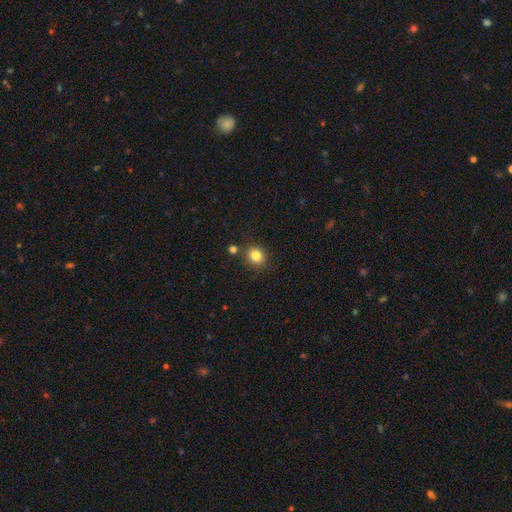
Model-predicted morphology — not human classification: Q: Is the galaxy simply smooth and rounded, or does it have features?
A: smooth — 83%.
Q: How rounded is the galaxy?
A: round — 84%.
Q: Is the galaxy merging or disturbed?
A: none — 83%.